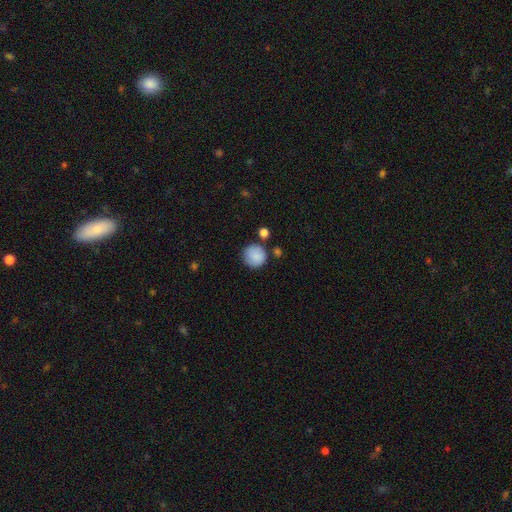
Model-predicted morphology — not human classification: Smooth or featured? smooth (87%)
How rounded? round (94%)
Merging? none (77%)